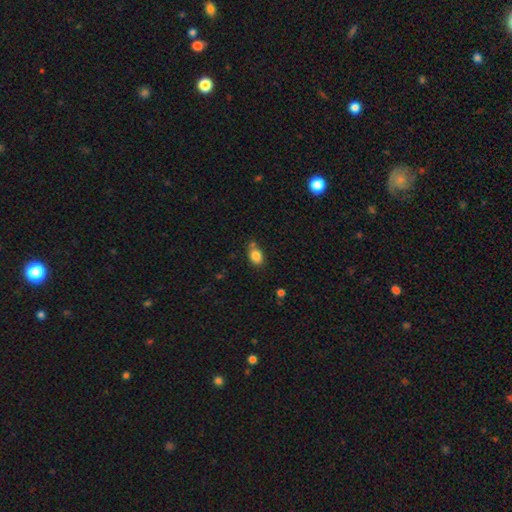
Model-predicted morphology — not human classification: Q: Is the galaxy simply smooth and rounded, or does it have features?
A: smooth — 84%.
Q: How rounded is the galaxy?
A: in between — 69%.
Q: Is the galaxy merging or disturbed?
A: none — 63%.